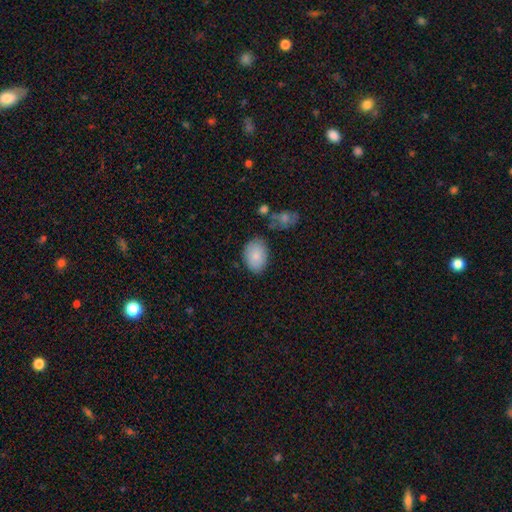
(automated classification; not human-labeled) Smooth or featured?
  - smooth: 85% *
  - featured or disk: 8%
  - star or artifact: 7%
How rounded?
  - in between: 80% *
  - round: 19%
  - cigar-shaped: 1%
Merging?
  - none: 76% *
  - minor disturbance: 17%
  - major disturbance: 4%
  - merger: 4%